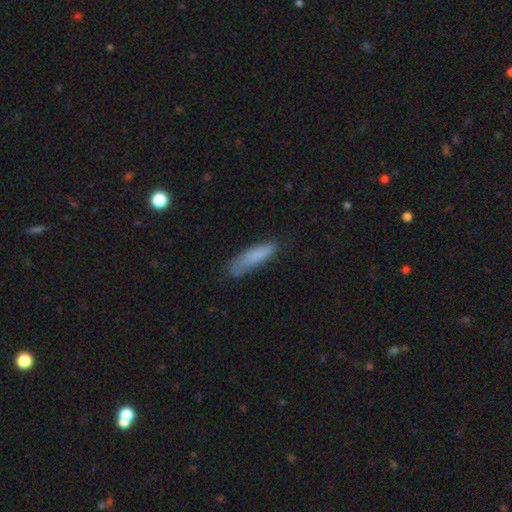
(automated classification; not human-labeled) A smooth galaxy with no disk features (79%) that is cigar-shaped (69%). Merging: none (62%).